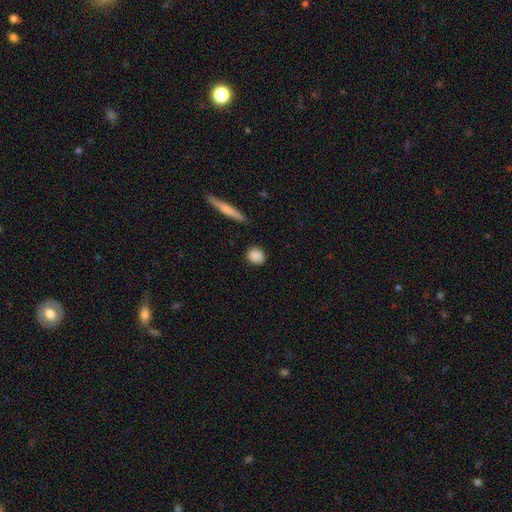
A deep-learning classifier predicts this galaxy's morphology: smooth_or_featured: smooth (p=0.87) [alt: star or artifact p=0.07]
how_rounded: round (p=0.69) [alt: in between p=0.27]
merging: none (p=0.87) [alt: minor disturbance p=0.09]